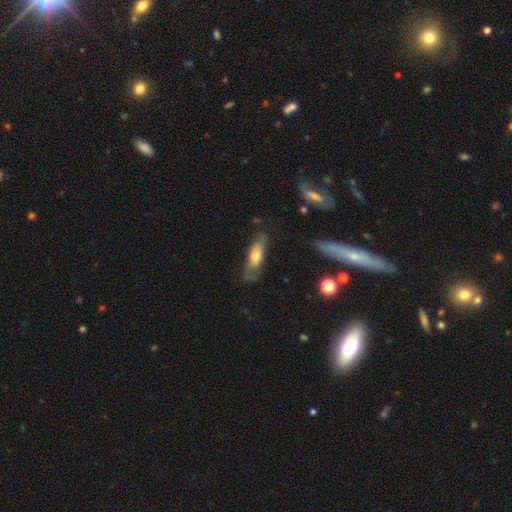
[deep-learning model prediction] Overall: smooth (59%; featured or disk 34%). How rounded: in between (54%; cigar-shaped 44%). Merging: none (69%).